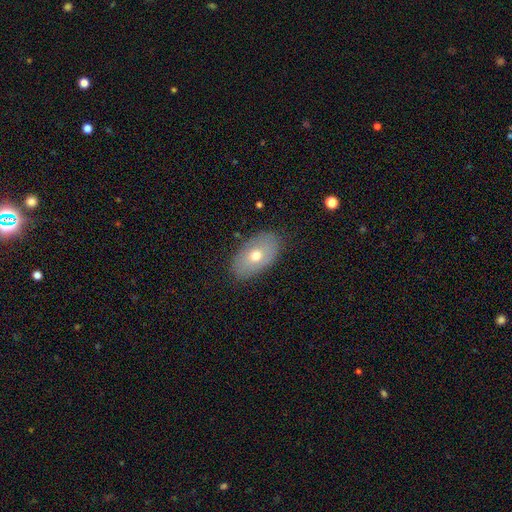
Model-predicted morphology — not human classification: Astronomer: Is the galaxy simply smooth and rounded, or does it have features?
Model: smooth — 61%.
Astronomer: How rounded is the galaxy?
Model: in between — 91%.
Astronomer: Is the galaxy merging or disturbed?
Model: none — 84%.